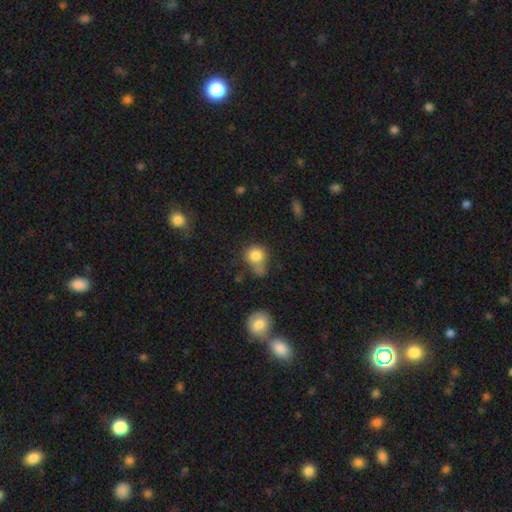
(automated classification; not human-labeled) Smooth or featured?
  - smooth: 81% *
  - star or artifact: 10%
  - featured or disk: 9%
How rounded?
  - round: 75% *
  - in between: 24%
  - cigar-shaped: 1%
Merging?
  - none: 42% *
  - minor disturbance: 23%
  - merger: 22%
  - major disturbance: 13%